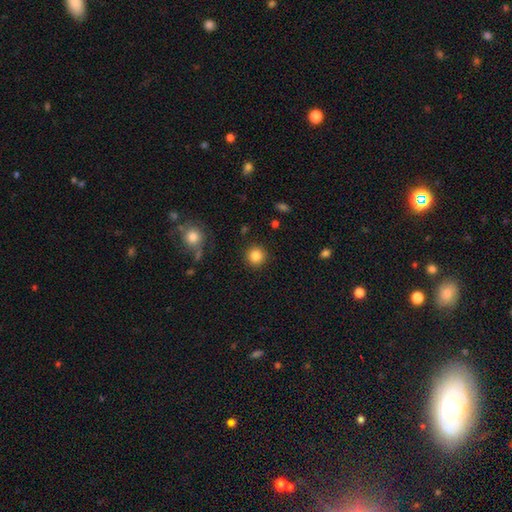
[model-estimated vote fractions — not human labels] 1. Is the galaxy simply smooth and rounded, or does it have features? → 86% smooth, 10% star or artifact, 4% featured or disk.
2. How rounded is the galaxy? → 94% round, 5% in between, 1% cigar-shaped.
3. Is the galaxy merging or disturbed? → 90% none, 6% minor disturbance, 2% major disturbance, 2% merger.